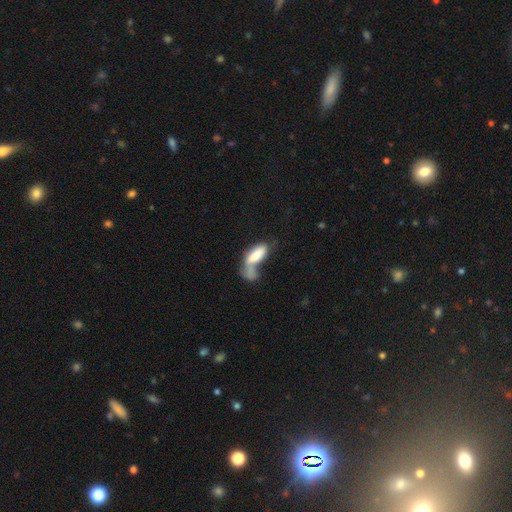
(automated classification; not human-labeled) Smooth or featured? smooth (75%)
How rounded? in between (75%)
Merging? merger (56%)